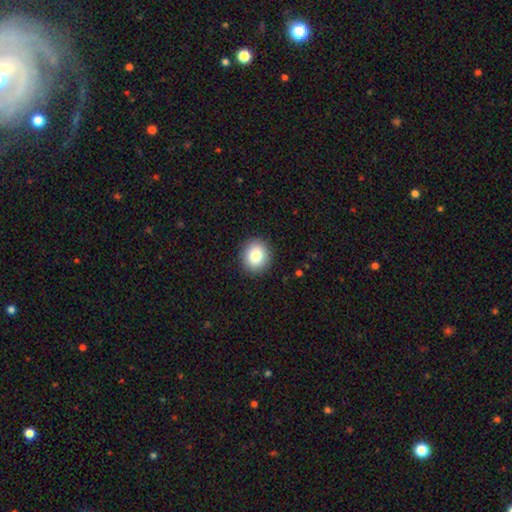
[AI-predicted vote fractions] Q: Smooth or featured?
A: smooth (82%); runner-up: star or artifact (9%)
Q: How rounded?
A: round (81%); runner-up: in between (19%)
Q: Merging?
A: none (91%); runner-up: minor disturbance (6%)